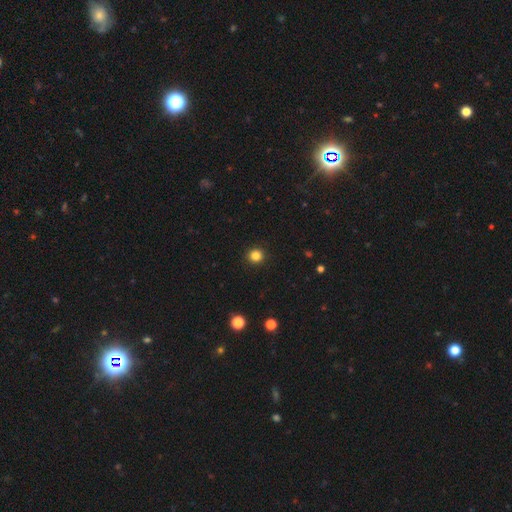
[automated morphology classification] type=smooth (84%); roundness=round (94%); merging=none (93%).